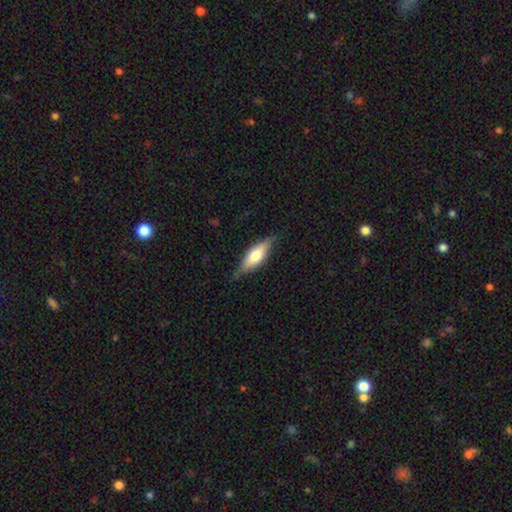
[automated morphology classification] Smooth or featured: smooth — 49% (featured or disk — 45%)
Merging: none — 79% (minor disturbance — 17%)